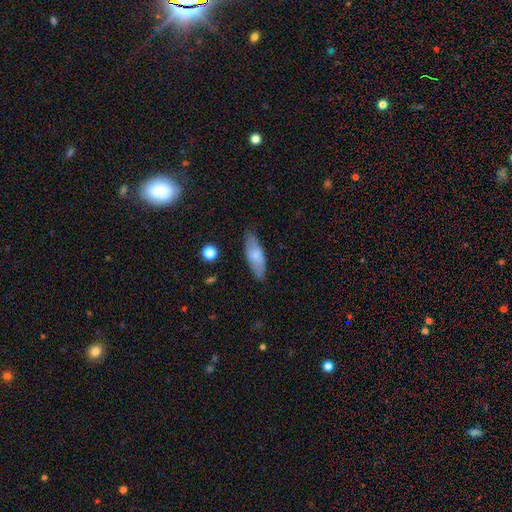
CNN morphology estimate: Smooth or featured? smooth (70%)
How rounded? in between (68%)
Merging? none (76%)